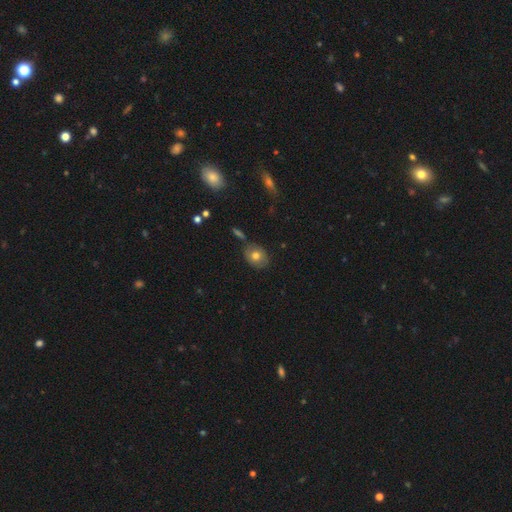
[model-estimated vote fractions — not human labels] smooth-or-featured: smooth: 72% | featured or disk: 18% | star or artifact: 10%
  how-rounded: in between: 50% | round: 48% | cigar-shaped: 1%
  merging: none: 76% | minor disturbance: 14% | merger: 6% | major disturbance: 3%